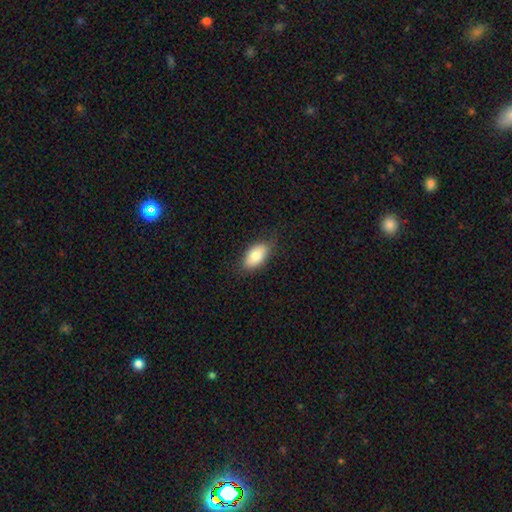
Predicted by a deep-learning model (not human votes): The model was most divided on "merging": none: 80%, minor disturbance: 16%, major disturbance: 3%, merger: 1%. More confident: how rounded — in between (93%); smooth or featured — smooth (81%).